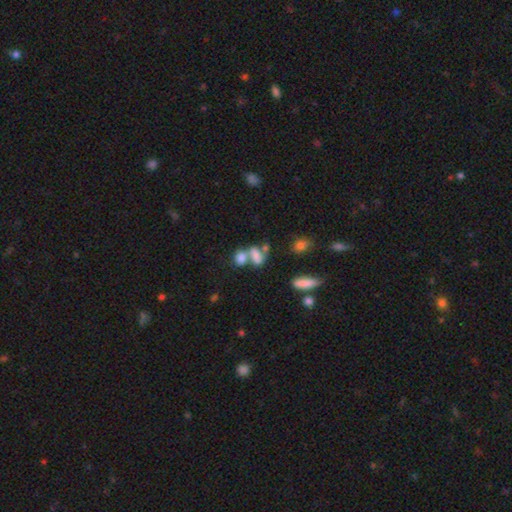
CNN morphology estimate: The model was most divided on "merging": merger: 59%, none: 25%, minor disturbance: 9%, major disturbance: 7%. More confident: how rounded — in between (75%); smooth or featured — smooth (71%).